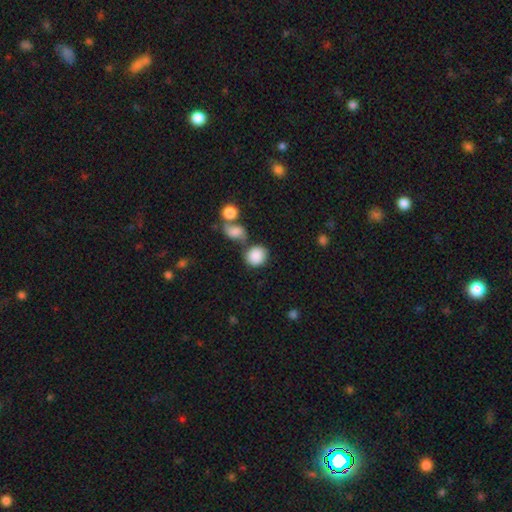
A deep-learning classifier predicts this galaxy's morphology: This is clearly a smooth galaxy (86%). How rounded: likely round (78%). Merging: possibly none (58%).